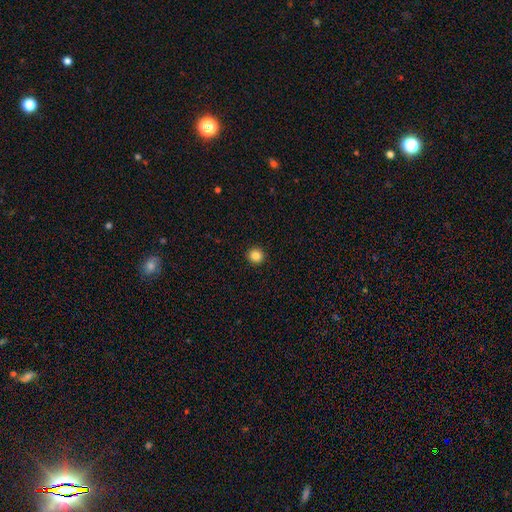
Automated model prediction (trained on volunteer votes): Smooth or featured?
  - smooth: 85% *
  - star or artifact: 11%
  - featured or disk: 4%
How rounded?
  - round: 94% *
  - in between: 5%
  - cigar-shaped: 1%
Merging?
  - none: 93% *
  - minor disturbance: 4%
  - major disturbance: 1%
  - merger: 1%